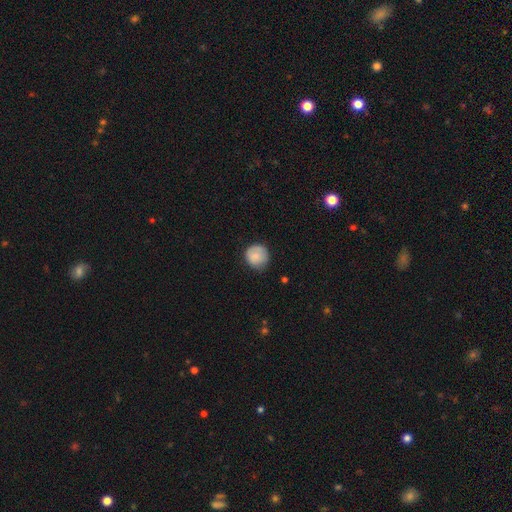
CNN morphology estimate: A smooth galaxy with no disk features (84%) that is round (91%). Merging: none (73%).